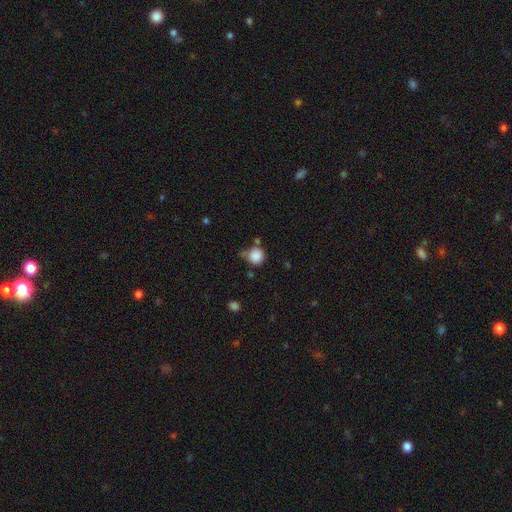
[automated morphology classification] smooth 86%, star or artifact 10%, featured or disk 4%. Down the decision tree: how rounded — round (90%); merging — none (57%).